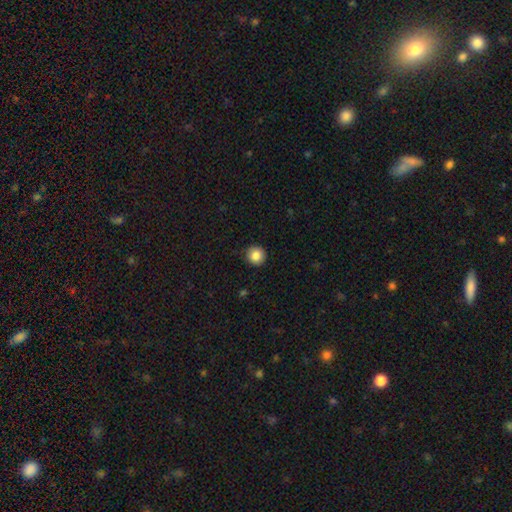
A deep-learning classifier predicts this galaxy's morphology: Smooth or featured? Predicted: smooth (p=0.85). How rounded? Predicted: round (p=0.93). Merging? Predicted: none (p=0.88).